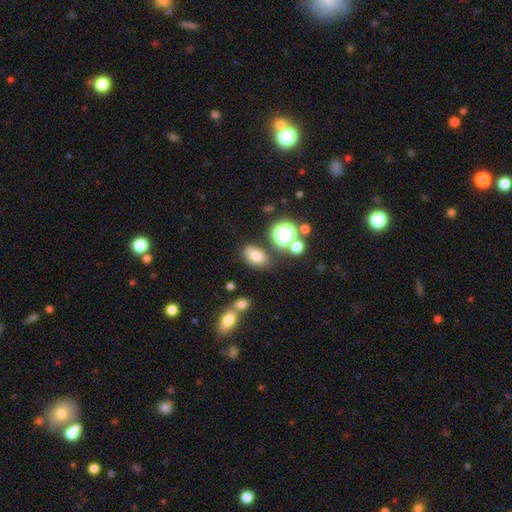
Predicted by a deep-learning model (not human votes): The model was most divided on "merging": none: 68%, minor disturbance: 16%, merger: 10%, major disturbance: 6%. More confident: how rounded — in between (83%); smooth or featured — smooth (73%).